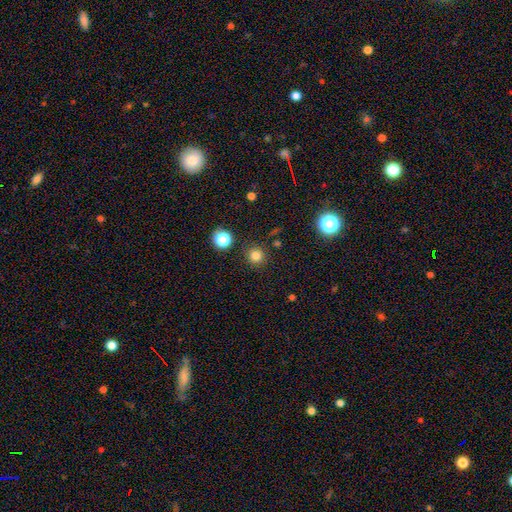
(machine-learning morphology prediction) This appears to be a smooth galaxy with no disk features (80%) that is round (95%). Merging: none (88%).